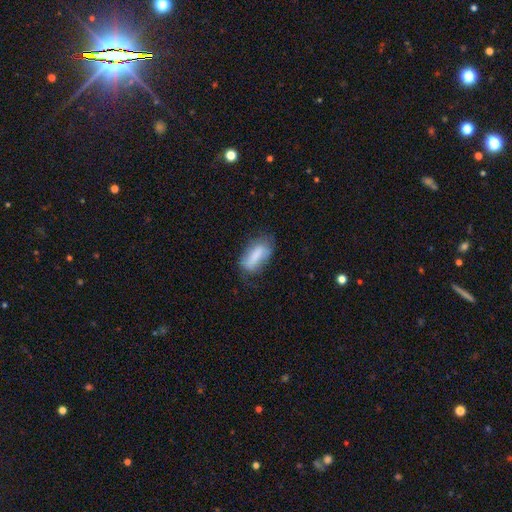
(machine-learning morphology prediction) Overall: smooth (71%). How rounded: in between (76%). Merging: none (53%; minor disturbance 30%).